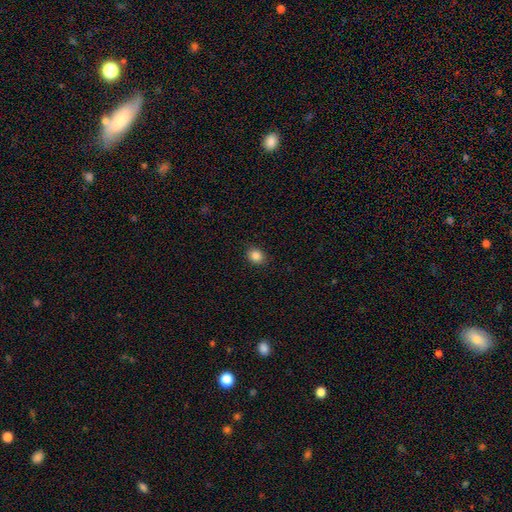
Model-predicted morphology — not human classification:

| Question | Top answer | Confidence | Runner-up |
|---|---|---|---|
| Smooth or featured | smooth | 86% | star or artifact (10%) |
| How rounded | round | 66% | in between (33%) |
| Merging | none | 90% | minor disturbance (7%) |